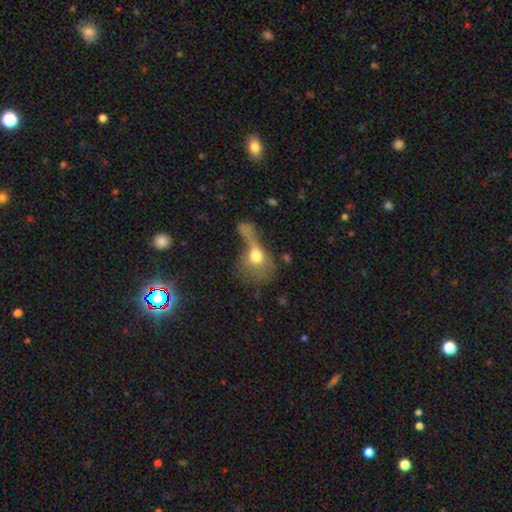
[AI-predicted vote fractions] Smooth or featured? Predicted: smooth (p=0.63). How rounded? Predicted: round (p=0.54). Merging? Predicted: major disturbance (p=0.47).